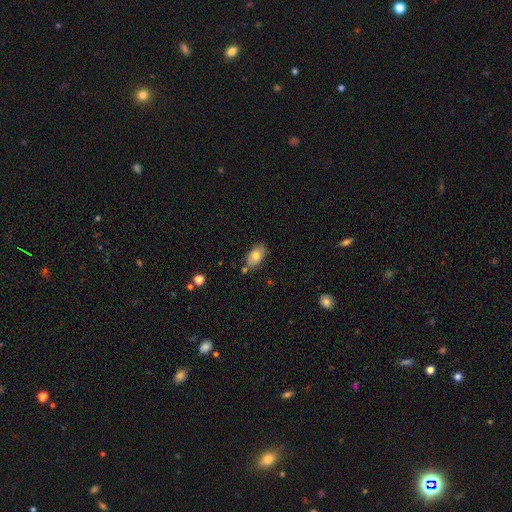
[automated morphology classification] This is likely a smooth galaxy (72%). How rounded: clearly in between (92%). Merging: likely none (74%).